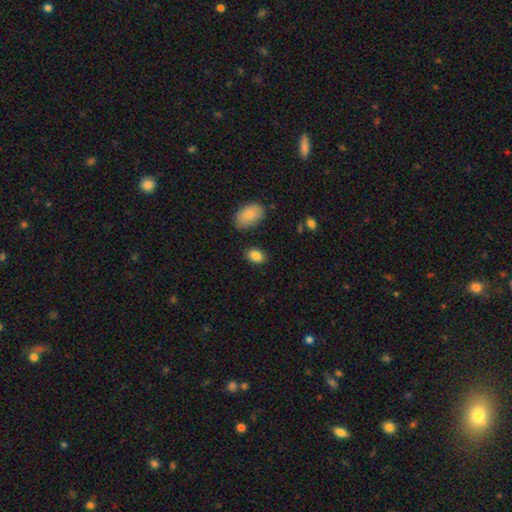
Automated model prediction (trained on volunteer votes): Overall: smooth (86%). How rounded: in between (82%). Merging: none (83%).